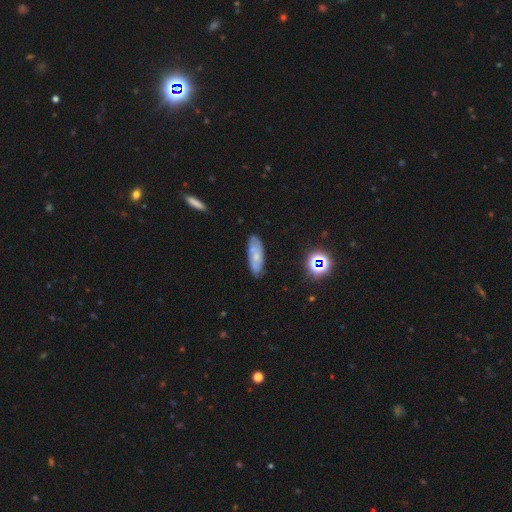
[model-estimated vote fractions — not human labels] Morphology: type=featured or disk (46%); merging=none (72%).